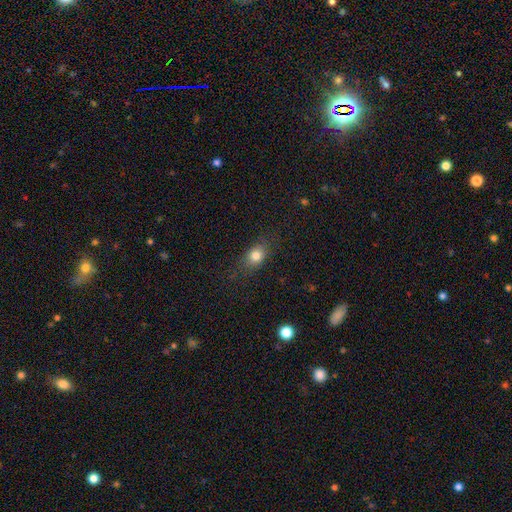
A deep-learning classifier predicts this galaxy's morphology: Overall: smooth (79%). How rounded: in between (61%; round 36%). Merging: none (78%).